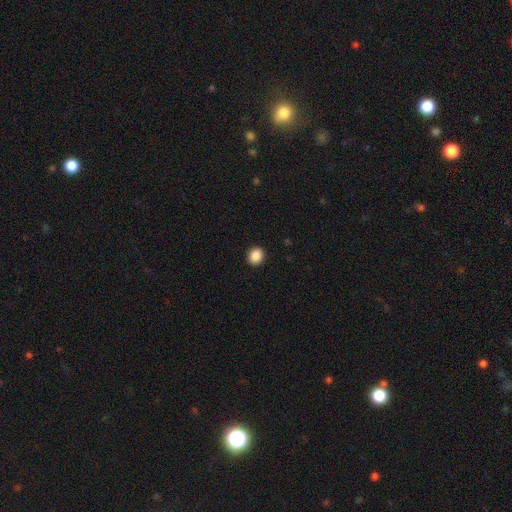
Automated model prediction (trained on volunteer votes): smooth 88%, star or artifact 9%, featured or disk 3%. Down the decision tree: how rounded — round (89%); merging — none (93%).